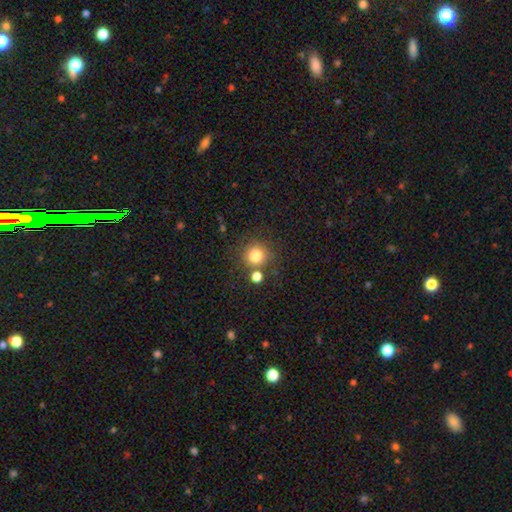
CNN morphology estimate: A smooth galaxy with no disk features (81%) that is round (92%). Merging: none (74%).